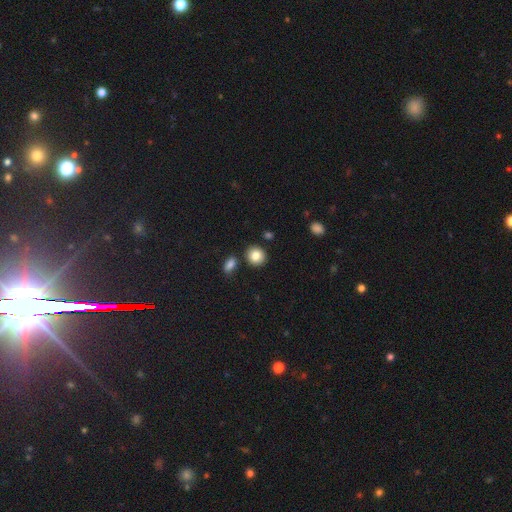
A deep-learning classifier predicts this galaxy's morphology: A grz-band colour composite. It shows a smooth galaxy with no disk features (84%) that is round (85%). Merging: none (84%).